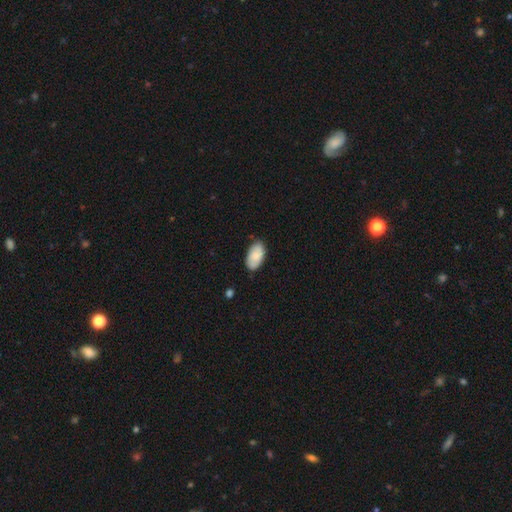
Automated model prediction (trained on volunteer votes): Smooth or featured? smooth (82%)
How rounded? in between (96%)
Merging? none (81%)